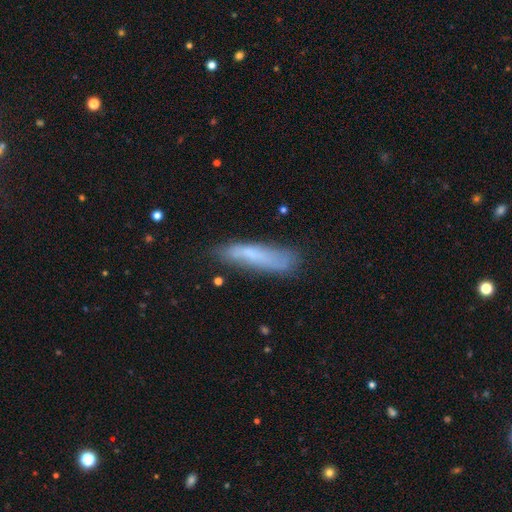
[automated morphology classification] Q: Smooth or featured?
A: smooth (62%); runner-up: featured or disk (29%)
Q: How rounded?
A: cigar-shaped (79%); runner-up: in between (20%)
Q: Merging?
A: none (66%); runner-up: minor disturbance (23%)